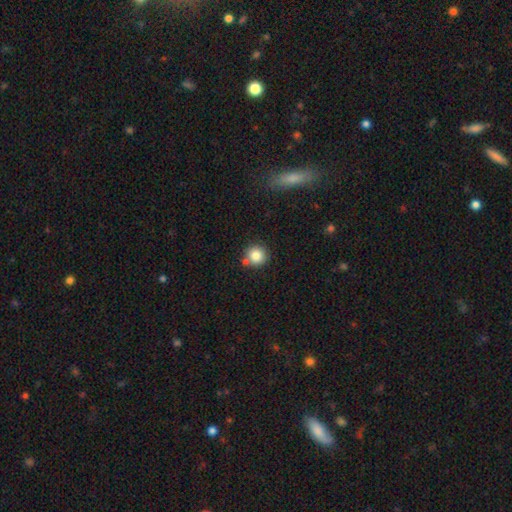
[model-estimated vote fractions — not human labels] This appears to be a smooth galaxy with no disk features (84%) that is round (93%). Merging: none (73%).